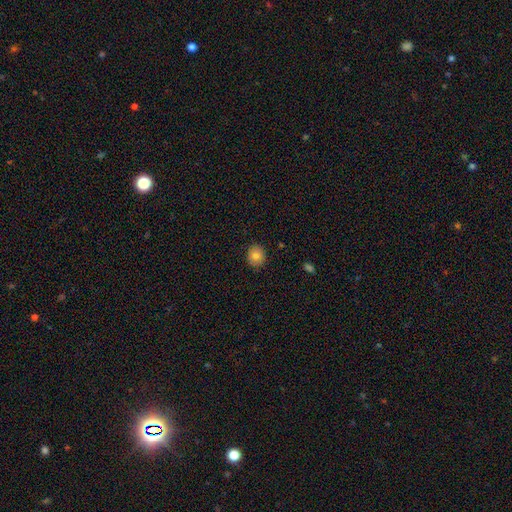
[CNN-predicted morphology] The model was most divided on "how rounded": round: 78%, in between: 21%, cigar-shaped: 1%. More confident: merging — none (89%); smooth or featured — smooth (82%).